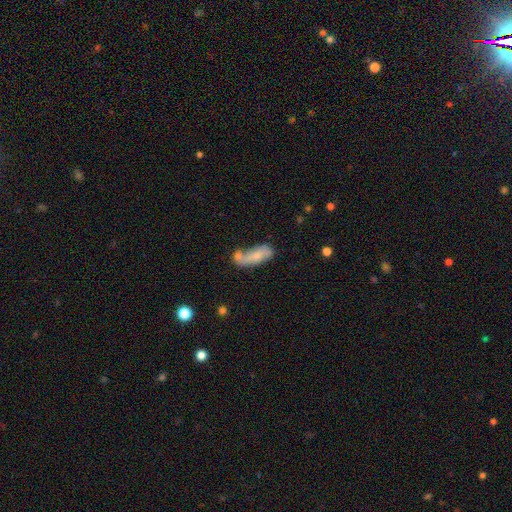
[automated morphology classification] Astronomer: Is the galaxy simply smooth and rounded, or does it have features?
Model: smooth — 59%.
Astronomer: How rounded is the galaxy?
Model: in between — 66%.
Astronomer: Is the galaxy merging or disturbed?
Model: merger — 35% (runner-up: none, 33%).